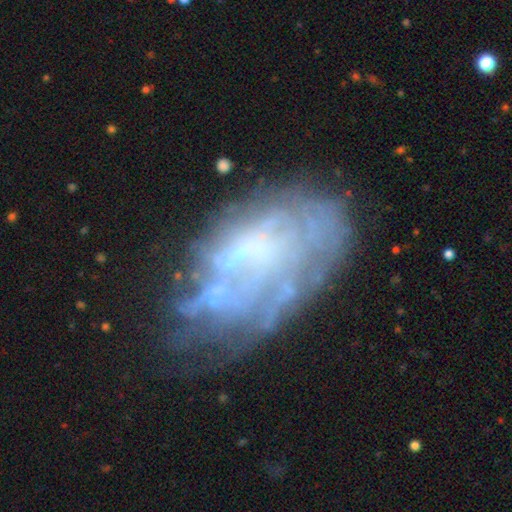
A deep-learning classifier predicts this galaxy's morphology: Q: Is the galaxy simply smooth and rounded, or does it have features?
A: featured or disk — 63%.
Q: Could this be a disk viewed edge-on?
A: no — 96%.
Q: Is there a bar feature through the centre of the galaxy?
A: no — 79%.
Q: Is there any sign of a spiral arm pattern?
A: no — 72%.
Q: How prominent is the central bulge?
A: none — 64%.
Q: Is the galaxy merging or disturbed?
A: none — 44%.